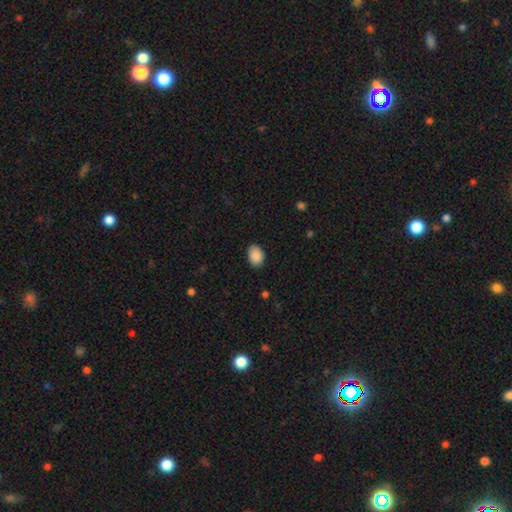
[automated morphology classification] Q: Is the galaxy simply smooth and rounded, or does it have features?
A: smooth — 89%.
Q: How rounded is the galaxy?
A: in between — 72%.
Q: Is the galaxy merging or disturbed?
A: none — 82%.